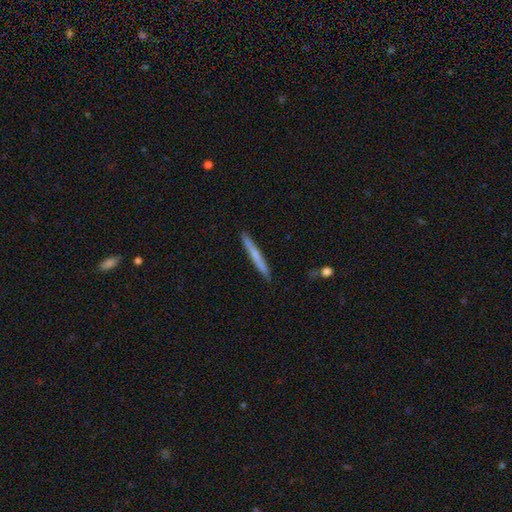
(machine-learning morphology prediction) A smooth galaxy with no disk features (61%) that is cigar-shaped (97%).

Vote fractions:
- Smooth or featured? smooth: 61% / featured or disk: 34% / star or artifact: 5%
- How rounded? cigar-shaped: 97% / in between: 2% / round: 1%
- Merging? none: 90% / minor disturbance: 7% / major disturbance: 1% / merger: 1%